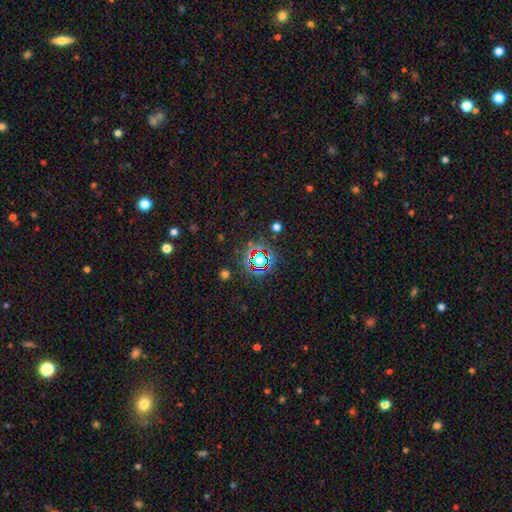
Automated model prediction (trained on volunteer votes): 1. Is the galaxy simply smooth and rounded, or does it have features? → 68% star or artifact, 22% smooth, 11% featured or disk.